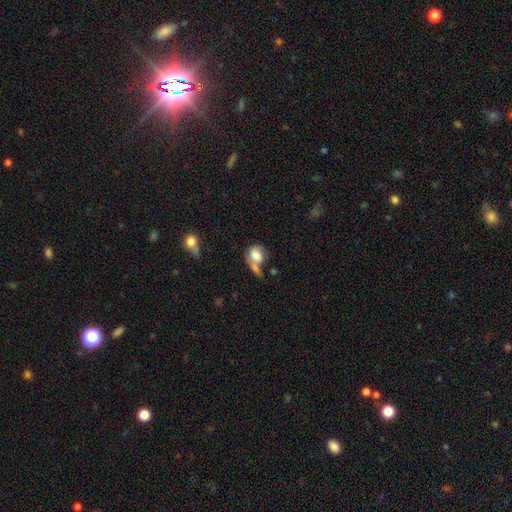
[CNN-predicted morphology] Overall: smooth (72%). How rounded: in between (55%; round 43%). Merging: merger (38%; none 28%).